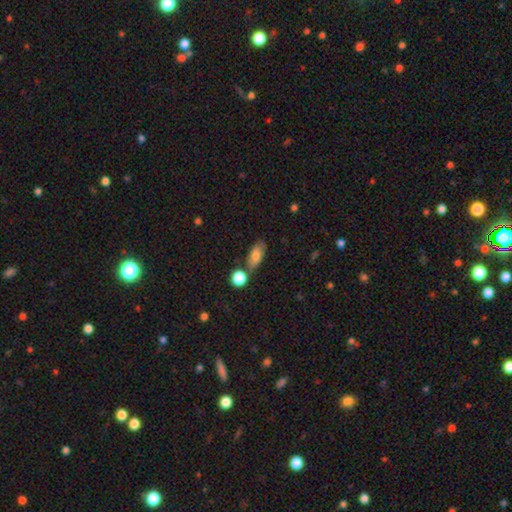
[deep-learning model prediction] smooth-or-featured: smooth: 79% | featured or disk: 13% | star or artifact: 8%
  how-rounded: in between: 82% | cigar-shaped: 12% | round: 5%
  merging: none: 68% | minor disturbance: 16% | merger: 12% | major disturbance: 4%